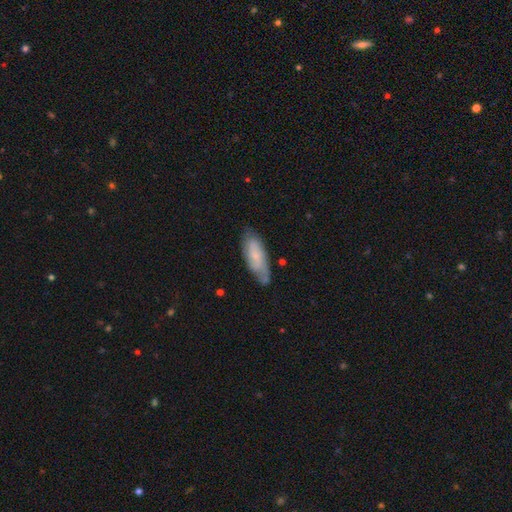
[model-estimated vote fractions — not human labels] Smooth or featured?
  - smooth: 47% * (tied)
  - featured or disk: 47% * (tied)
  - star or artifact: 7%
Merging?
  - none: 67% *
  - minor disturbance: 25%
  - major disturbance: 6%
  - merger: 2%